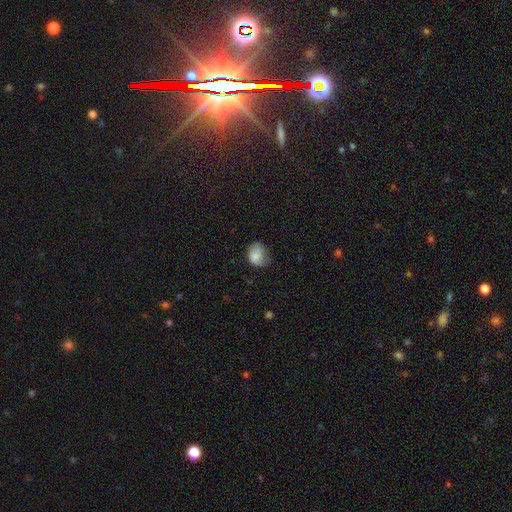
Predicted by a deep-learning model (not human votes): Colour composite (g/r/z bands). It shows a smooth galaxy with no disk features (82%) that is in between round and cigar-shaped (59%). Merging: none (45%).